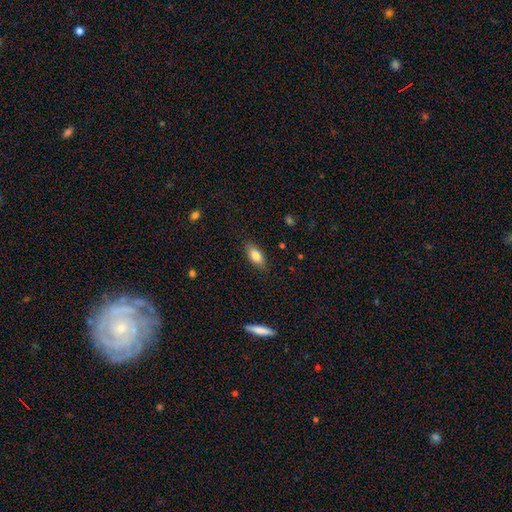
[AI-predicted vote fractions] A smooth galaxy with no disk features (83%) that is in between round and cigar-shaped (86%). Merging: none (86%).